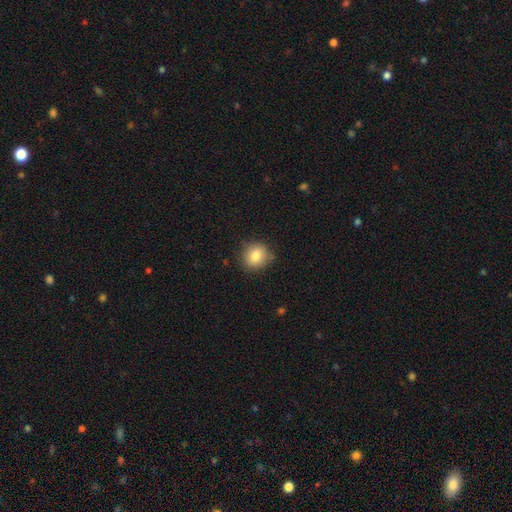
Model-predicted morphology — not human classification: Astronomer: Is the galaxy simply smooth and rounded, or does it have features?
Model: smooth — 83%.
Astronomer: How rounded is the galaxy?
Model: round — 81%.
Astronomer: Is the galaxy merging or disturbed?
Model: none — 82%.